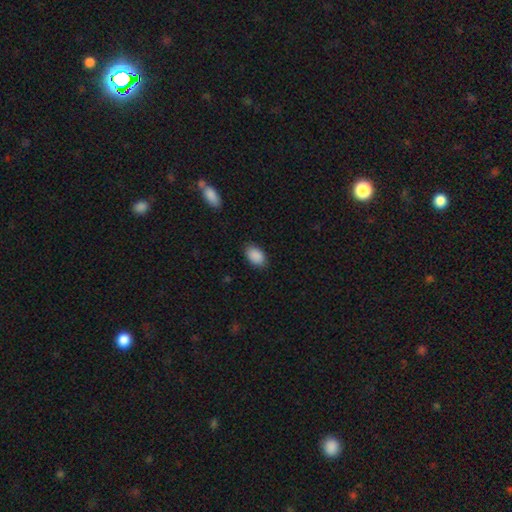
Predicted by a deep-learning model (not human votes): This appears to be a smooth galaxy with no disk features (90%) that is in between round and cigar-shaped (91%). Merging: none (85%).